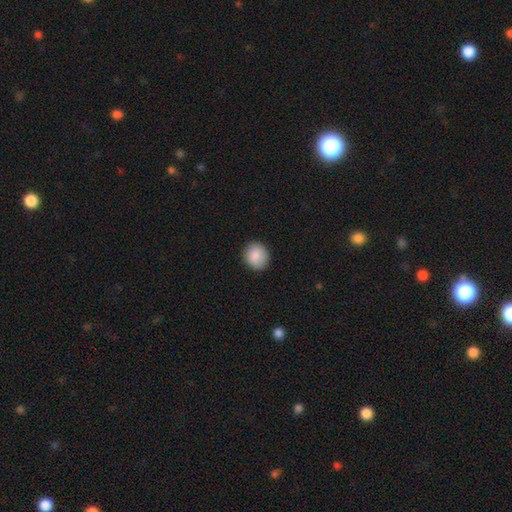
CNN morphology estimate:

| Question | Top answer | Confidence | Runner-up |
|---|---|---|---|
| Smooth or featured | smooth | 89% | star or artifact (8%) |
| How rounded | round | 82% | in between (17%) |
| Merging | none | 89% | minor disturbance (8%) |